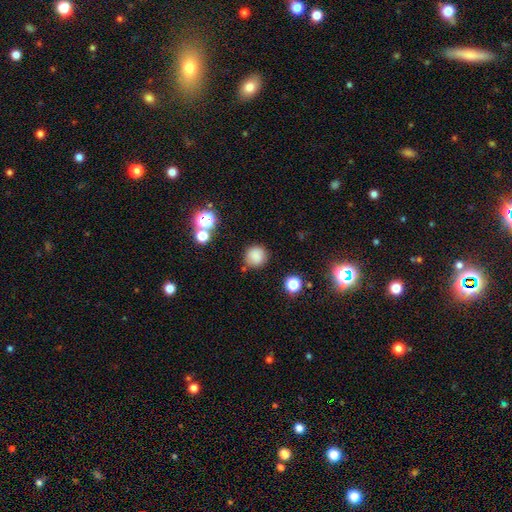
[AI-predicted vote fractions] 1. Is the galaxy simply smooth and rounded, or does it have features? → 82% smooth, 12% star or artifact, 5% featured or disk.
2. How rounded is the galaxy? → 90% round, 9% in between, 1% cigar-shaped.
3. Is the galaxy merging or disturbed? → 82% none, 11% minor disturbance, 4% merger, 3% major disturbance.